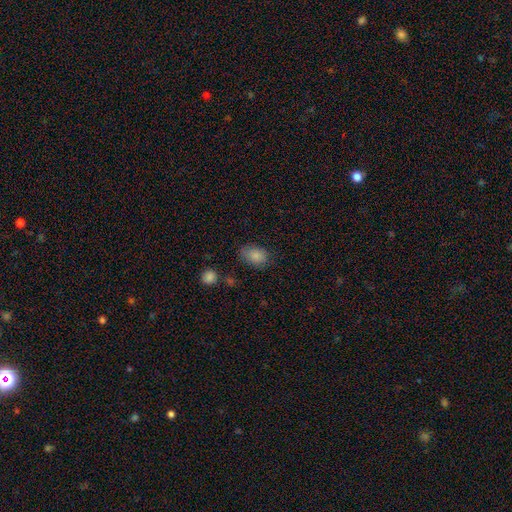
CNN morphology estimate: The model was most divided on "merging": none: 72%, minor disturbance: 20%, major disturbance: 5%, merger: 3%. More confident: smooth or featured — smooth (84%); how rounded — in between (82%).